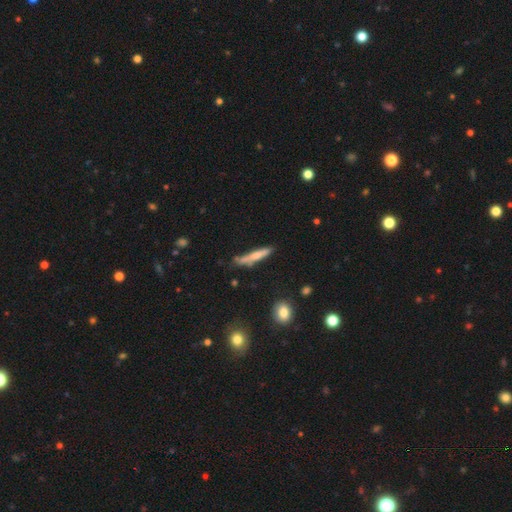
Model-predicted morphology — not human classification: A smooth galaxy with no disk features (61%) that is cigar-shaped (91%). Merging: none (69%).